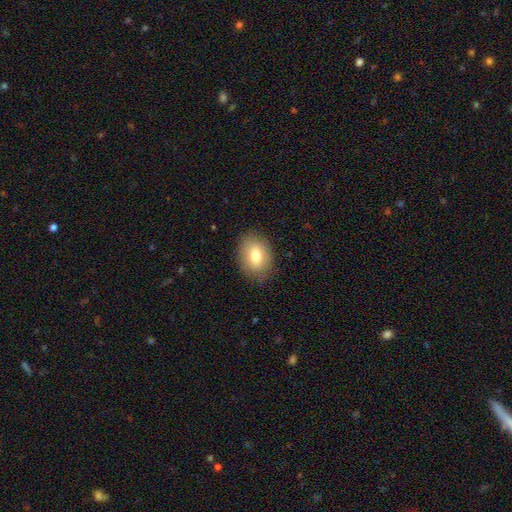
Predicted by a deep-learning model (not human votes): Smooth or featured? Predicted: smooth (p=0.76). How rounded? Predicted: in between (p=0.74). Merging? Predicted: none (p=0.84).